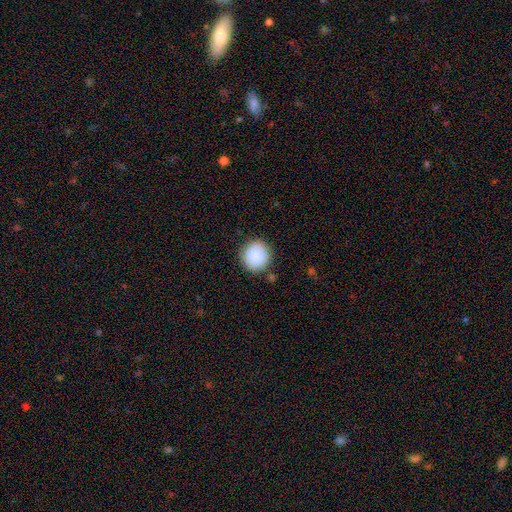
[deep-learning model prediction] Smooth or featured? smooth (88%)
How rounded? round (90%)
Merging? none (86%)